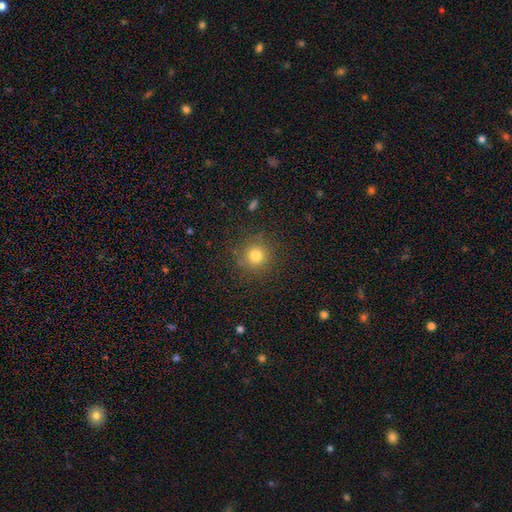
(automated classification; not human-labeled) A smooth galaxy with no disk features (79%) that is round (93%).

Vote fractions:
- Smooth or featured? smooth: 79% / star or artifact: 14% / featured or disk: 7%
- How rounded? round: 93% / in between: 6% / cigar-shaped: 1%
- Merging? none: 85% / minor disturbance: 9% / major disturbance: 4% / merger: 2%